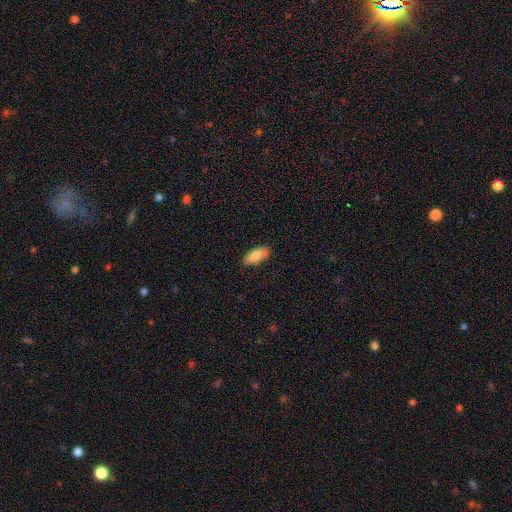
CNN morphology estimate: A smooth galaxy with no disk features (85%) that is in between round and cigar-shaped (84%).

Vote fractions:
- Smooth or featured? smooth: 85% / featured or disk: 9% / star or artifact: 6%
- How rounded? in between: 84% / cigar-shaped: 14% / round: 2%
- Merging? none: 84% / minor disturbance: 13% / major disturbance: 2% / merger: 1%